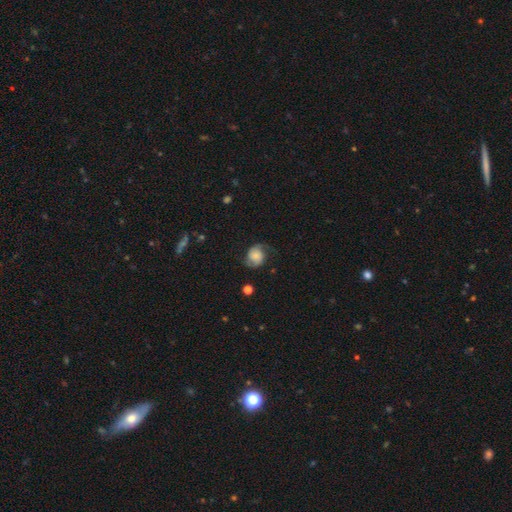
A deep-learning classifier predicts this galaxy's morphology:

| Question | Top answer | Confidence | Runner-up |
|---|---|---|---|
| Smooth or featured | featured or disk | 60% | smooth (31%) |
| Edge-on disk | no | 97% | yes (3%) |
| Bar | no | 72% | weak (23%) |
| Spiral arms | yes | 92% | no (8%) |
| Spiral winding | medium | 43% | loose (33%) |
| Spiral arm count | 2 | 89% | can't tell (5%) |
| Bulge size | small | 39% | moderate (25%) |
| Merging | none | 68% | minor disturbance (21%) |